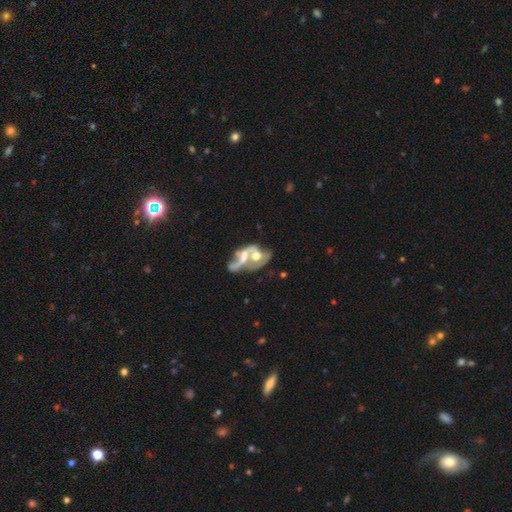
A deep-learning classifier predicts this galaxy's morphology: smooth_or_featured: featured or disk (p=0.66) [alt: smooth p=0.25]
disk_edge_on: no (p=0.95) [alt: yes p=0.05]
bar: no (p=0.66) [alt: weak p=0.24]
has_spiral_arms: yes (p=0.51) [alt: no p=0.49]
bulge_size: moderate (p=0.52) [alt: large p=0.21]
merging: merger (p=0.64) [alt: major disturbance p=0.18]